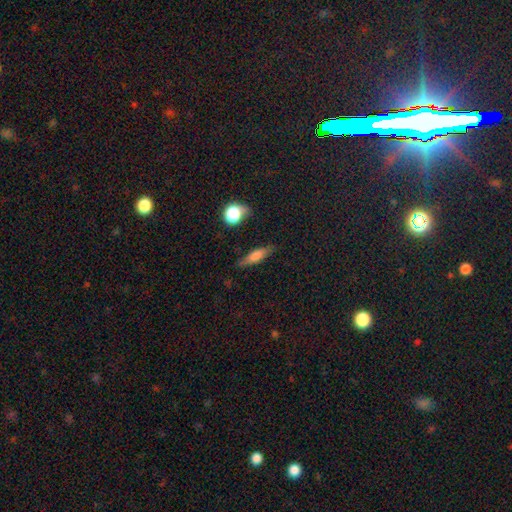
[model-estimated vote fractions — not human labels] Morphology: type=smooth (63%); roundness=cigar-shaped (66%); merging=none (78%).